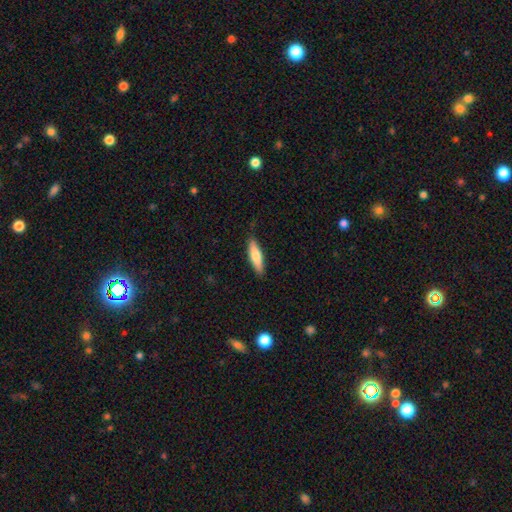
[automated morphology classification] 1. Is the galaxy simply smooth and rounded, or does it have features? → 71% smooth, 23% featured or disk, 6% star or artifact.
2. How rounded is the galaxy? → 67% cigar-shaped, 31% in between, 2% round.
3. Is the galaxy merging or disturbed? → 85% none, 12% minor disturbance, 2% major disturbance, 1% merger.